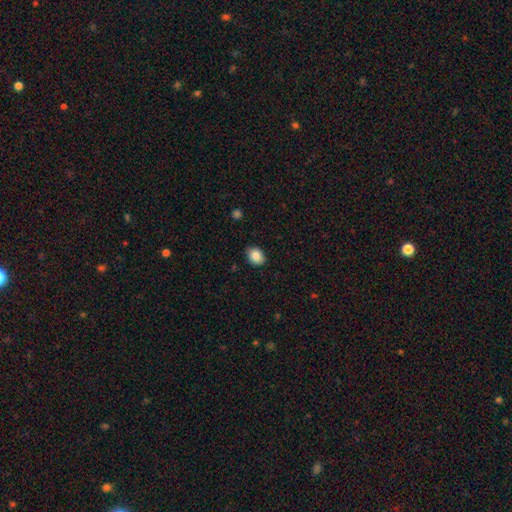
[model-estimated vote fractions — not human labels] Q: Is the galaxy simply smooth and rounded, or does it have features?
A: smooth — 86%.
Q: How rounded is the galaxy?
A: in between — 57%.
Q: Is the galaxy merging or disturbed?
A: none — 85%.